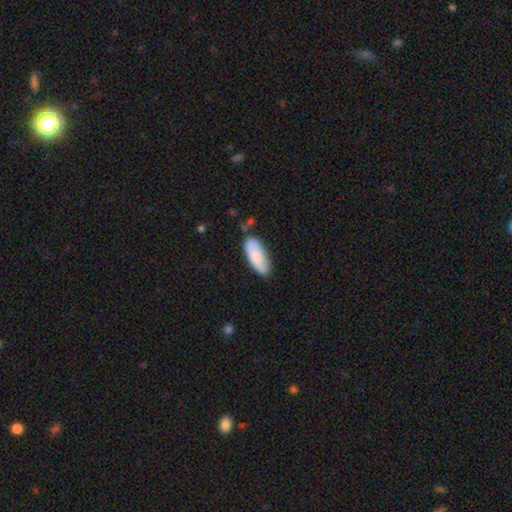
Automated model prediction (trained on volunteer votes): Q: Smooth or featured?
A: smooth (82%); runner-up: featured or disk (12%)
Q: How rounded?
A: in between (79%); runner-up: cigar-shaped (19%)
Q: Merging?
A: none (75%); runner-up: minor disturbance (18%)